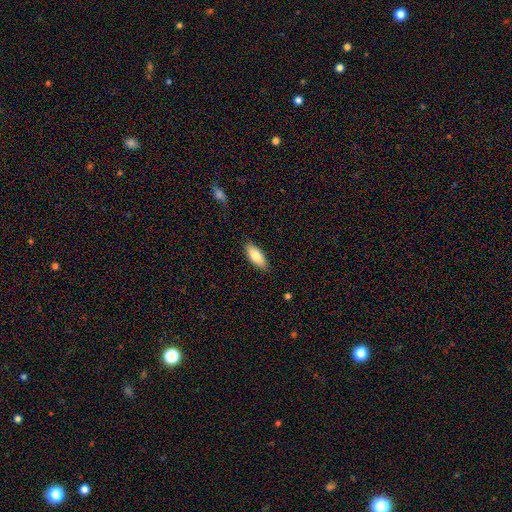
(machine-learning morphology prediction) smooth-or-featured: smooth: 81% | featured or disk: 13% | star or artifact: 6%
  how-rounded: in between: 78% | cigar-shaped: 21% | round: 2%
  merging: none: 86% | minor disturbance: 11% | major disturbance: 2% | merger: 1%